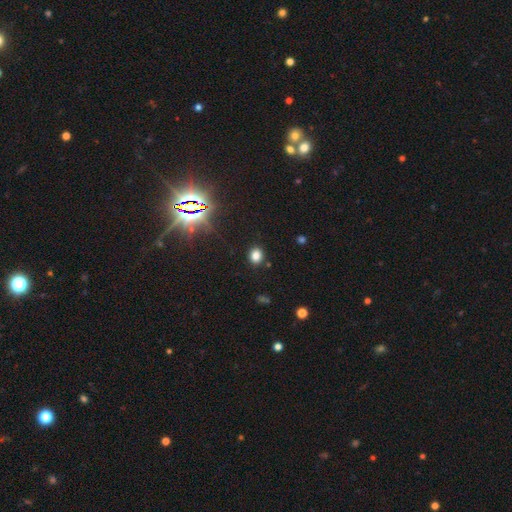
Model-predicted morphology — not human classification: smooth 79%, star or artifact 15%, featured or disk 5%. Down the decision tree: how rounded — round (55%); merging — none (87%).